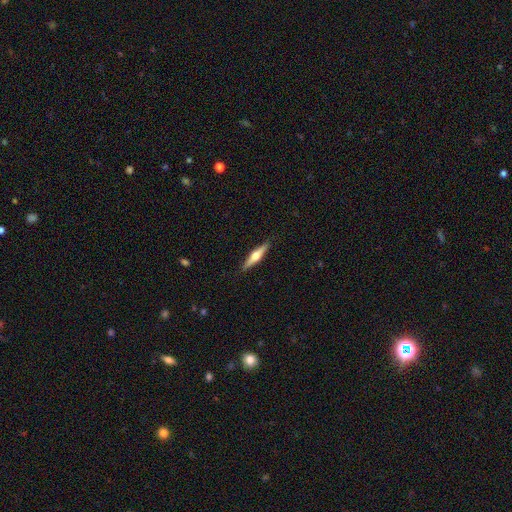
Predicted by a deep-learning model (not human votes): The model was most divided on "smooth or featured": featured or disk: 62%, smooth: 32%, star or artifact: 5%. More confident: edge-on disk — yes (97%); edge-on bulge — rounded (93%); merging — none (89%).